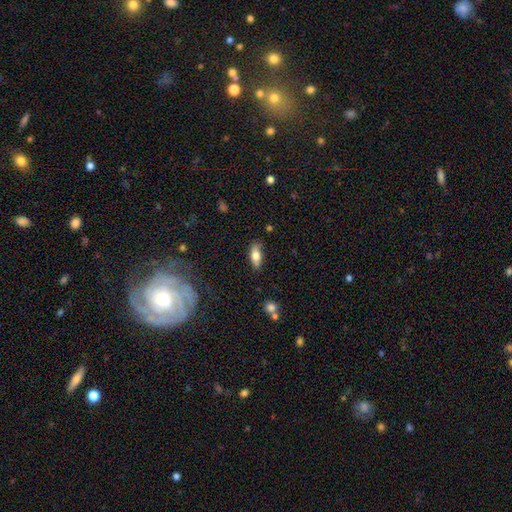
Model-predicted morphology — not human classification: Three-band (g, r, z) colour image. It shows a smooth galaxy with no disk features (68%) that is in between round and cigar-shaped (78%). Merging: none (78%).